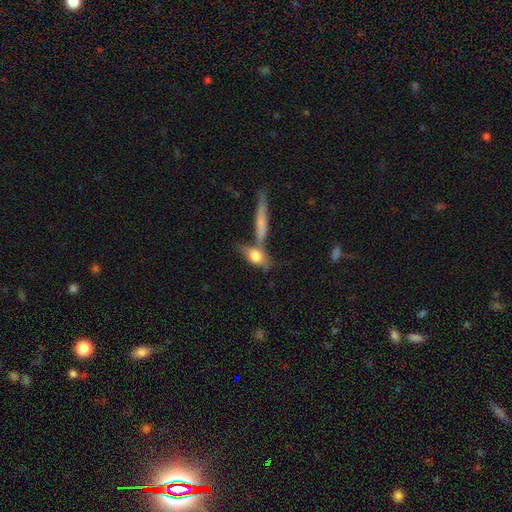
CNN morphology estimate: A smooth galaxy with no disk features (70%) that is in between round and cigar-shaped (64%). Merging: none (42%).